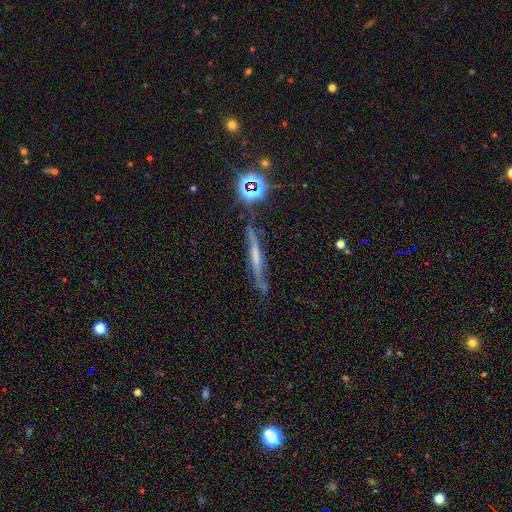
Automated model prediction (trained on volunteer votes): Smooth or featured?
  - featured or disk: 52% *
  - smooth: 30%
  - star or artifact: 19%
Edge-on disk?
  - yes: 80% *
  - no: 20%
Merging?
  - none: 65% *
  - minor disturbance: 22%
  - major disturbance: 8%
  - merger: 6%